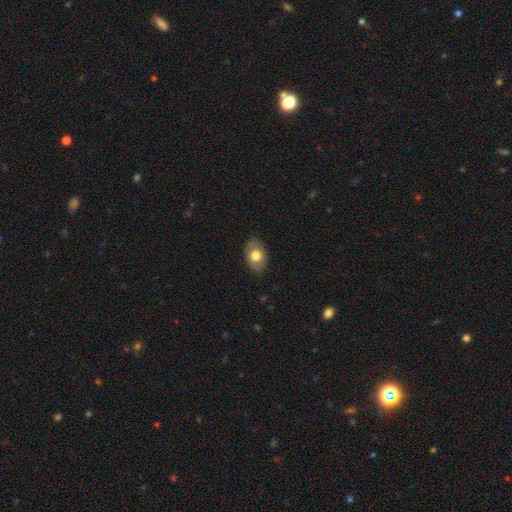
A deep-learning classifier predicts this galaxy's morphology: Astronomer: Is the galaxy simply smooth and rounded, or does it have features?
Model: smooth — 72%.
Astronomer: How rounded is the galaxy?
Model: in between — 82%.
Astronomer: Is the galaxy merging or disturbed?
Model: none — 83%.